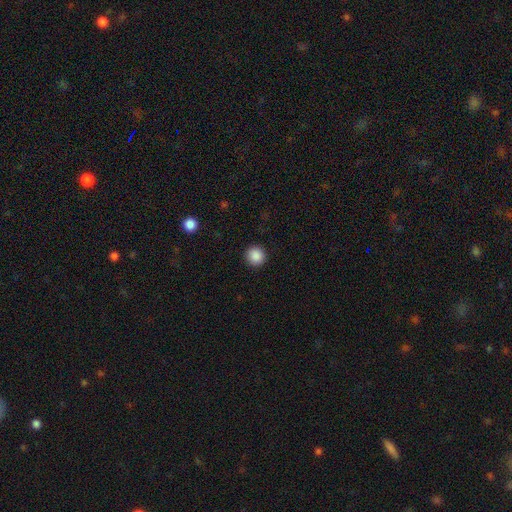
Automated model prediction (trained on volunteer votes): A smooth galaxy with no disk features (88%) that is round (95%). Merging: none (93%).